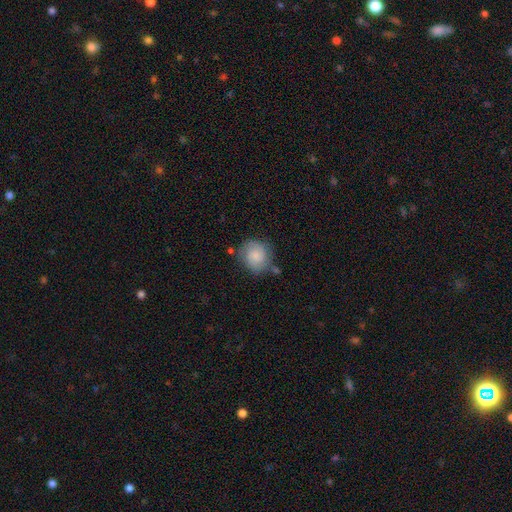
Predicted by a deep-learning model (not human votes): Smooth or featured?
  - smooth: 63% *
  - featured or disk: 29%
  - star or artifact: 8%
How rounded?
  - round: 80% *
  - in between: 19%
  - cigar-shaped: 1%
Merging?
  - none: 64% *
  - minor disturbance: 22%
  - major disturbance: 7%
  - merger: 7%